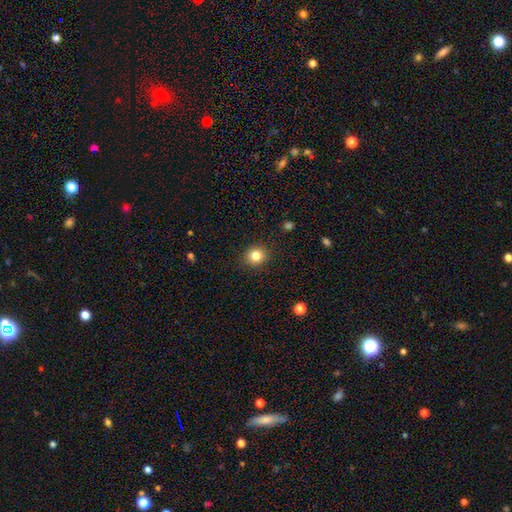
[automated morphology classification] smooth_or_featured: smooth (p=0.82) [alt: star or artifact p=0.11]
how_rounded: round (p=0.83) [alt: in between p=0.16]
merging: none (p=0.90) [alt: minor disturbance p=0.07]